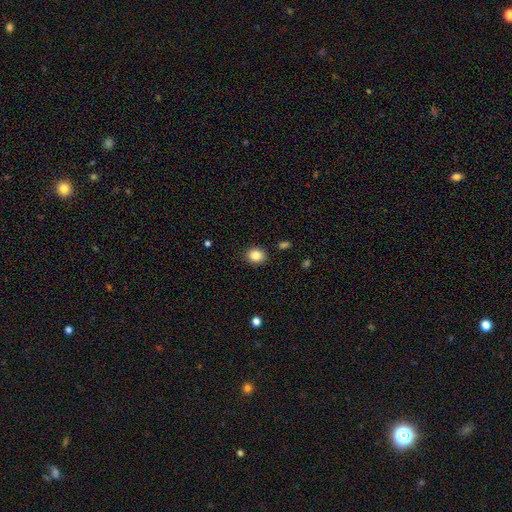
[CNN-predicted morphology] Q: Smooth or featured?
A: smooth (85%); runner-up: star or artifact (10%)
Q: How rounded?
A: round (64%); runner-up: in between (35%)
Q: Merging?
A: none (88%); runner-up: minor disturbance (8%)